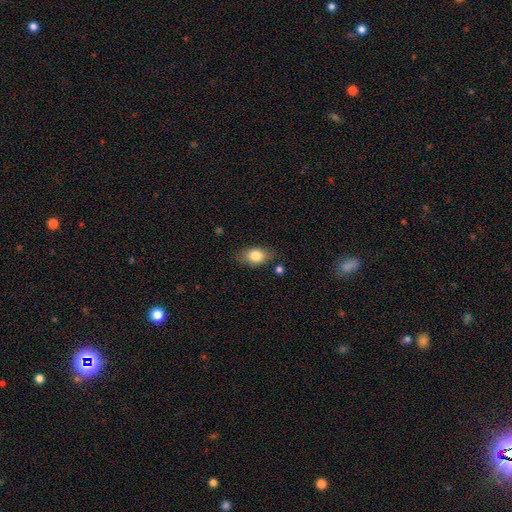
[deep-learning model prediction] smooth_or_featured: smooth (p=0.82) [alt: featured or disk p=0.11]
how_rounded: in between (p=0.83) [alt: round p=0.14]
merging: none (p=0.78) [alt: minor disturbance p=0.15]